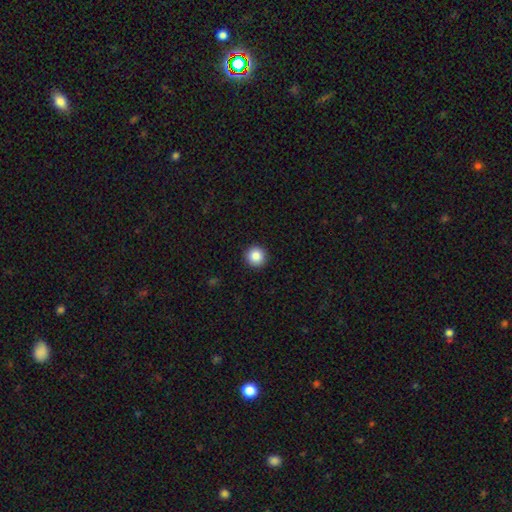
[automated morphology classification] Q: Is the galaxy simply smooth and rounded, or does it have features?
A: smooth — 86%.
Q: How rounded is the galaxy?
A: round — 96%.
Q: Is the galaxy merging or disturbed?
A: none — 93%.